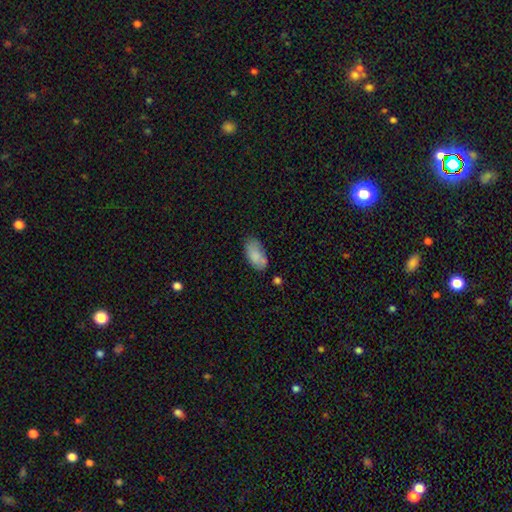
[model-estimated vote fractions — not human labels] smooth_or_featured: smooth (p=0.82) [alt: featured or disk p=0.10]
how_rounded: in between (p=0.94) [alt: round p=0.03]
merging: none (p=0.66) [alt: minor disturbance p=0.22]